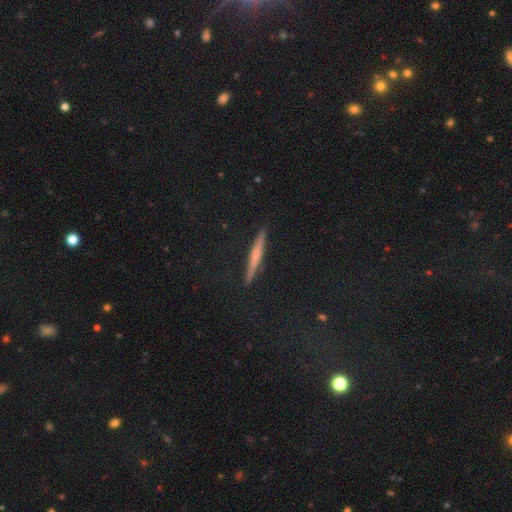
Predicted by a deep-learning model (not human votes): A featured or disk galaxy (49%). Merging: none (90%).